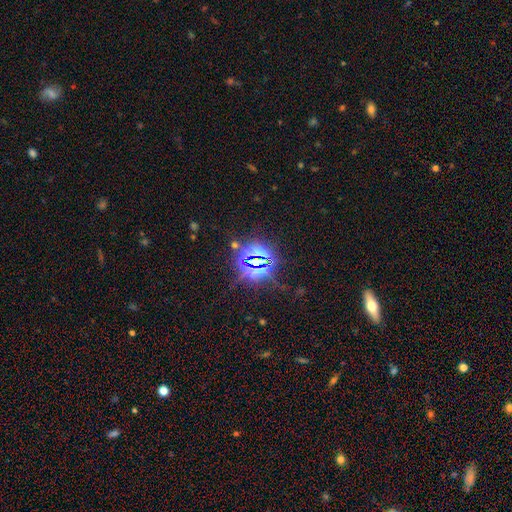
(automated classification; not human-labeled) Smooth or featured?
  - star or artifact: 82% *
  - smooth: 10%
  - featured or disk: 8%